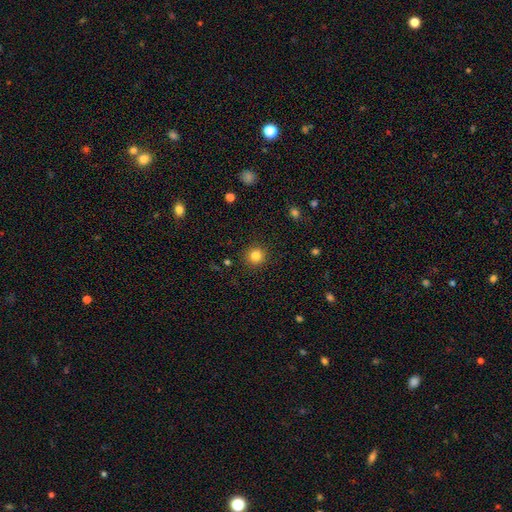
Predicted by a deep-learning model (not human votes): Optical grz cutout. It shows a smooth galaxy with no disk features (84%) that is round (94%). Merging: none (91%).